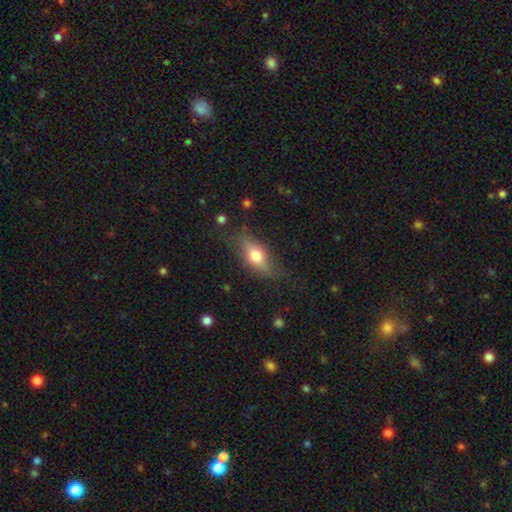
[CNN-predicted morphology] This is likely a smooth galaxy (63%). How rounded: likely in between (73%). Merging: likely none (70%).